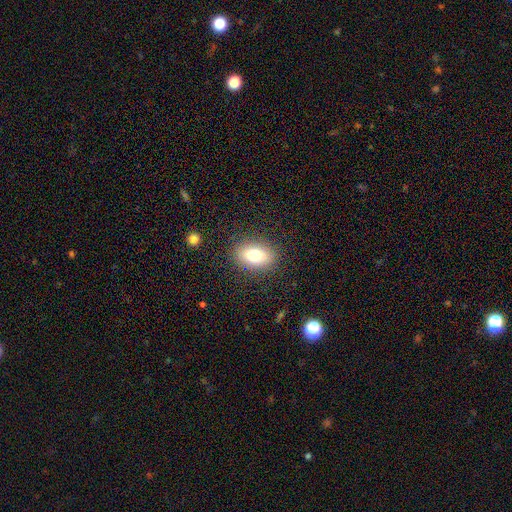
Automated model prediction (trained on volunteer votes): Overall: smooth (76%). How rounded: in between (83%). Merging: none (88%).